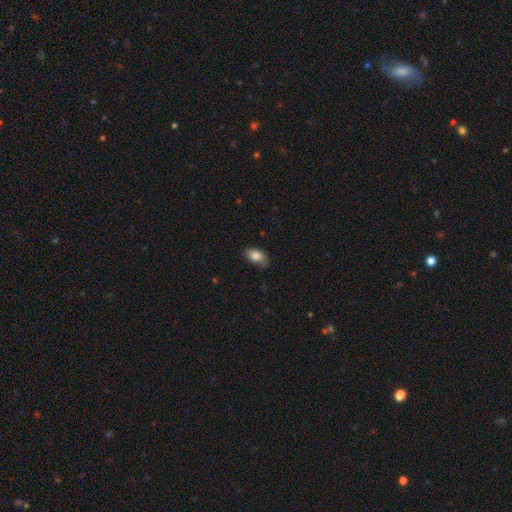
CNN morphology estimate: This is clearly a smooth galaxy (82%). How rounded: clearly in between (91%). Merging: likely none (70%).